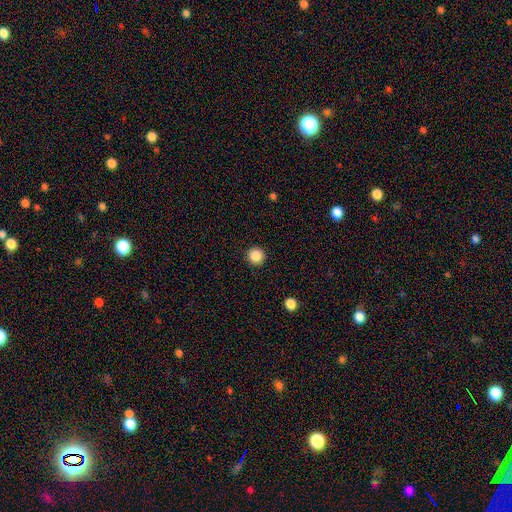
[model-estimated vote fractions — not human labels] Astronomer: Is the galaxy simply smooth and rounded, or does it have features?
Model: smooth — 87%.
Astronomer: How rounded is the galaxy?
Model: round — 96%.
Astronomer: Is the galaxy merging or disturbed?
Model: none — 93%.